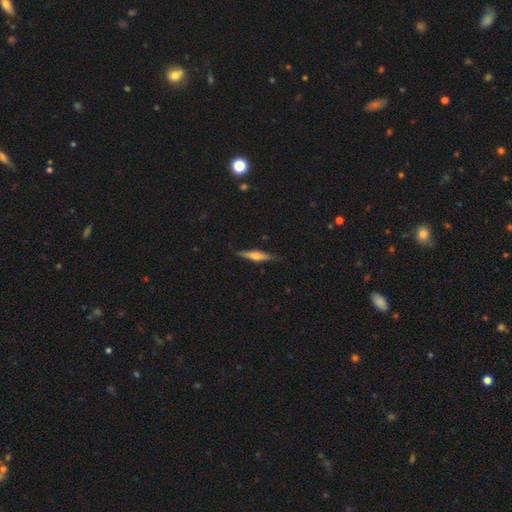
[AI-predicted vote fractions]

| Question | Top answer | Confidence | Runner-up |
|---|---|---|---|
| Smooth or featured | featured or disk | 61% | smooth (32%) |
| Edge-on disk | yes | 96% | no (4%) |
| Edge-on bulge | rounded | 85% | boxy (10%) |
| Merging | none | 85% | minor disturbance (11%) |